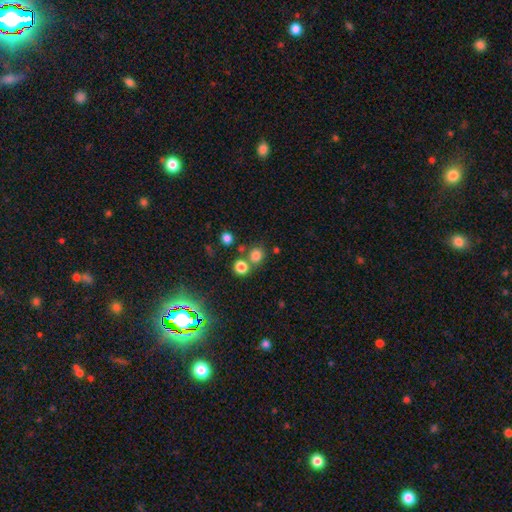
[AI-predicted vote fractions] Morphology: type=smooth (77%); roundness=round (84%); merging=none (66%).